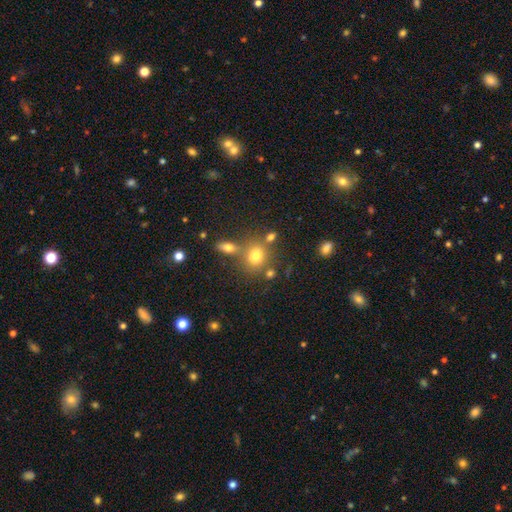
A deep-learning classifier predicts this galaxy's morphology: This appears to be a smooth galaxy with no disk features (74%) that is round (61%). Merging: none (62%).